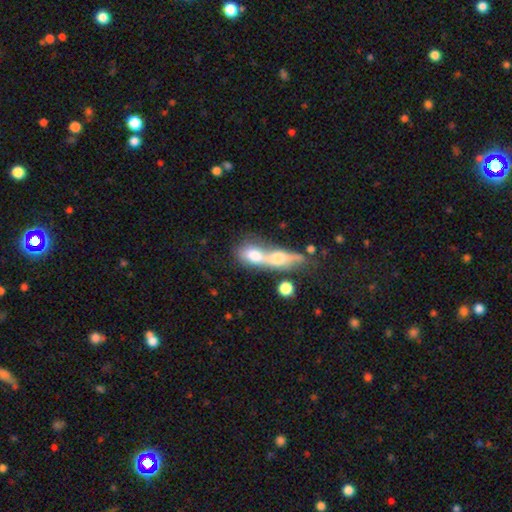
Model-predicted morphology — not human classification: Q: Smooth or featured?
A: smooth (55%); runner-up: featured or disk (34%)
Q: How rounded?
A: in between (51%); runner-up: round (24%)
Q: Merging?
A: merger (72%); runner-up: none (16%)